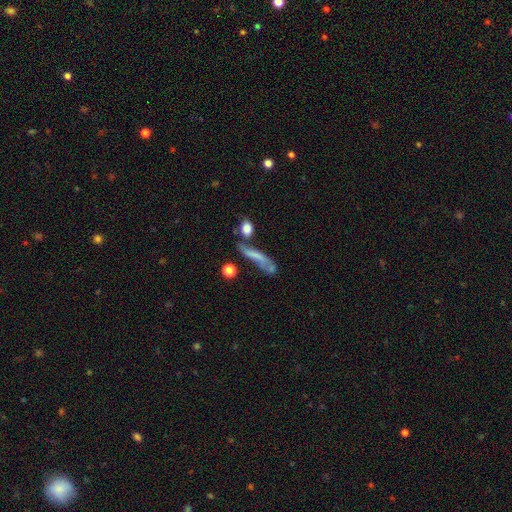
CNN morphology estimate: This is possibly a smooth galaxy (54%). How rounded: likely cigar-shaped (71%). Merging: marginally none (33%).